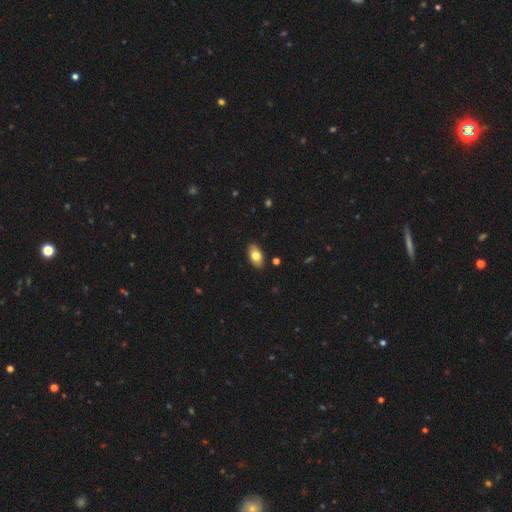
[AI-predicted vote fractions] Q: Smooth or featured?
A: smooth (78%); runner-up: featured or disk (15%)
Q: How rounded?
A: in between (93%); runner-up: round (5%)
Q: Merging?
A: none (88%); runner-up: minor disturbance (9%)